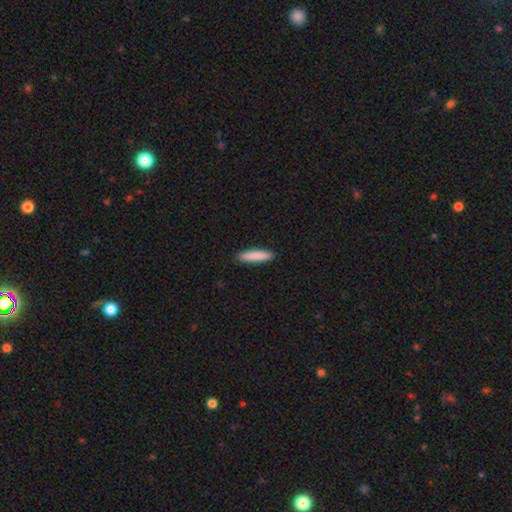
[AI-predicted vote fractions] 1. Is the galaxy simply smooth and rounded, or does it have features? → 87% smooth, 8% featured or disk, 6% star or artifact.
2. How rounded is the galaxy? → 84% cigar-shaped, 15% in between, 1% round.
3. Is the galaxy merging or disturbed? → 91% none, 7% minor disturbance, 1% major disturbance, 1% merger.